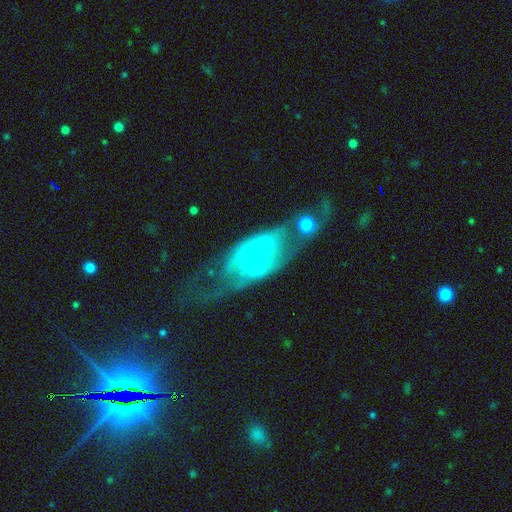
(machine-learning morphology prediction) A featured or disk galaxy (69%) with no bar (53%), spiral arms (69%) and a small central bulge (69%).

Vote fractions:
- Smooth or featured? featured or disk: 69% / smooth: 23% / star or artifact: 7%
- Edge-on disk? no: 88% / yes: 12%
- Bar? no: 53% / weak: 35% / strong: 12%
- Spiral arms? yes: 69% / no: 31%
- Bulge size? small: 69% / moderate: 20% / none: 6% / large: 3% / dominant: 1%
- Merging? none: 34% / major disturbance: 29% / minor disturbance: 20% / merger: 17%